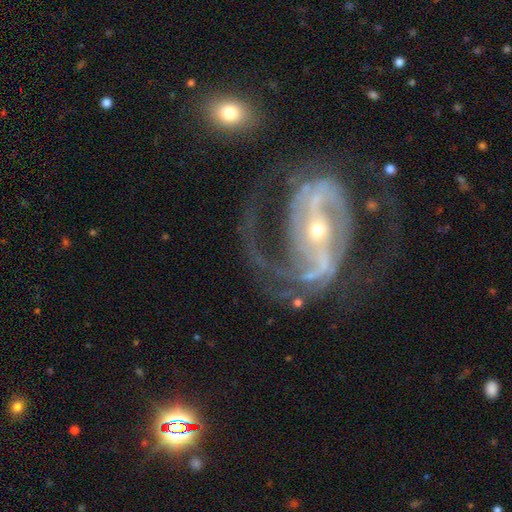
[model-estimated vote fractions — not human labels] Smooth or featured: featured or disk — 91% (star or artifact — 6%)
Edge-on disk: no — 97% (yes — 3%)
Bar: strong — 62% (weak — 25%)
Spiral arms: yes — 97% (no — 3%)
Spiral winding: medium — 54% (loose — 27%)
Spiral arm count: 2 — 83% (3 — 5%)
Bulge size: small — 66% (moderate — 30%)
Merging: none — 54% (major disturbance — 26%)